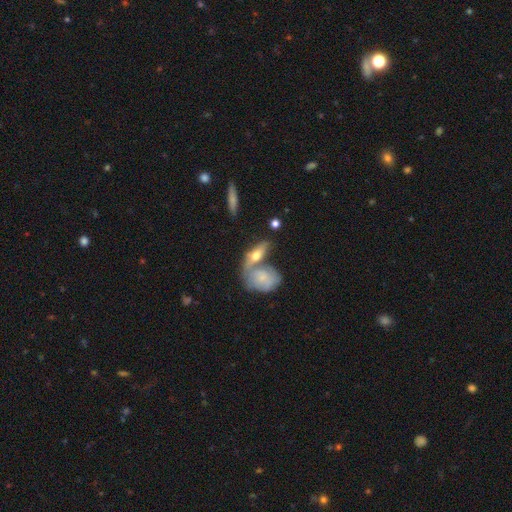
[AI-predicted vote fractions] A smooth galaxy with no disk features (50%) that is in between round and cigar-shaped (69%).

Vote fractions:
- Smooth or featured? smooth: 50% / featured or disk: 43% / star or artifact: 7%
- How rounded? in between: 69% / cigar-shaped: 20% / round: 11%
- Merging? merger: 46% / none: 34% / minor disturbance: 13% / major disturbance: 7%